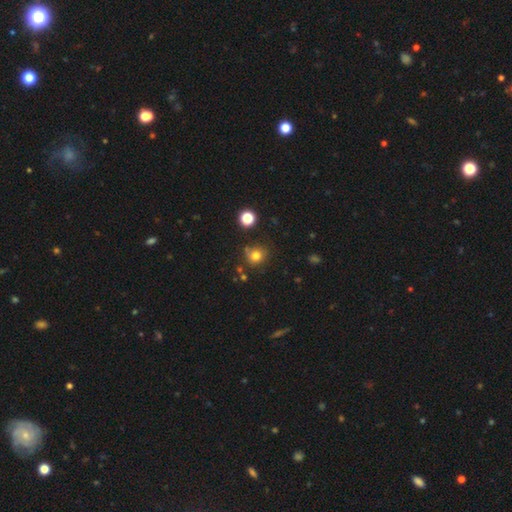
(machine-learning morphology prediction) Smooth or featured? Predicted: smooth (p=0.77). How rounded? Predicted: round (p=0.83). Merging? Predicted: none (p=0.68).